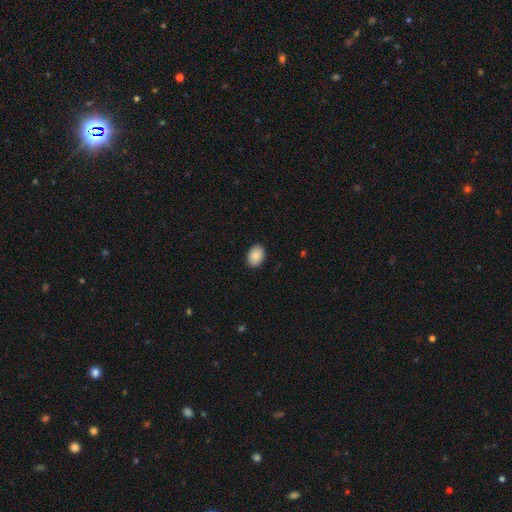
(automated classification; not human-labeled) This appears to be a smooth galaxy with no disk features (89%) that is in between round and cigar-shaped (80%). Merging: none (90%).